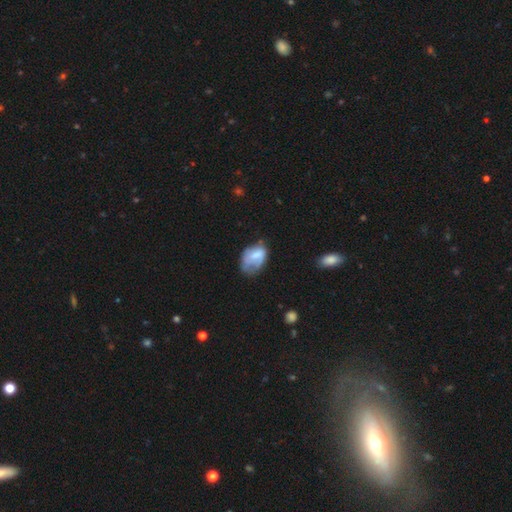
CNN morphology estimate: smooth 61%, featured or disk 32%, star or artifact 8%. Down the decision tree: how rounded — in between (84%); merging — minor disturbance (38%).